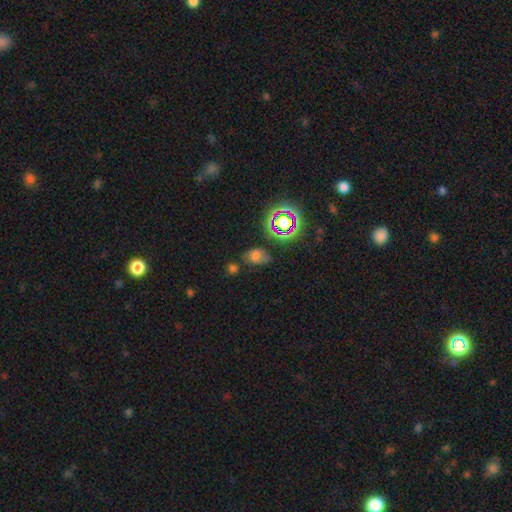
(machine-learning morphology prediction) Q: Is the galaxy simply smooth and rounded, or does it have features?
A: smooth — 52%.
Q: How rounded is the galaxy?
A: in between — 68%.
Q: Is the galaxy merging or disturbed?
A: none — 53%.